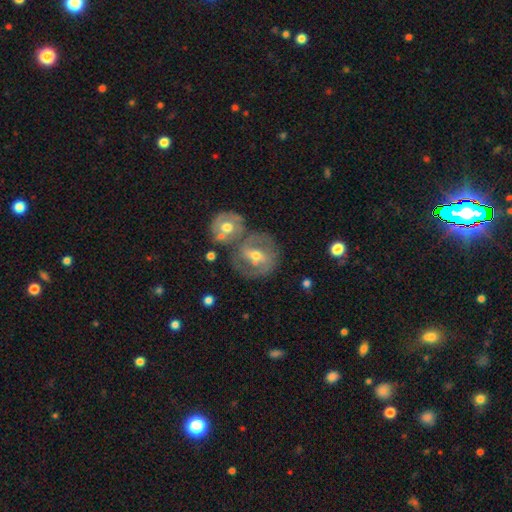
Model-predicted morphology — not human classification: A featured or disk galaxy (66%) with a weak bar (42%), spiral arms (70%) and a moderate central bulge (66%). Merging: none (50%).